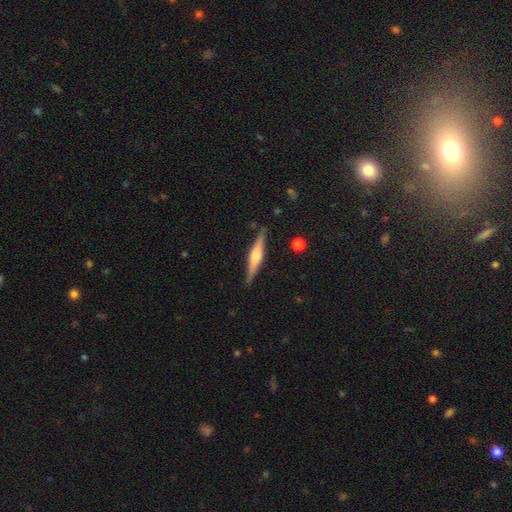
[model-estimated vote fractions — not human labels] The model was most divided on "smooth or featured": featured or disk: 69%, smooth: 25%, star or artifact: 6%. More confident: edge-on disk — yes (97%); merging — none (89%); edge-on bulge — rounded (80%).